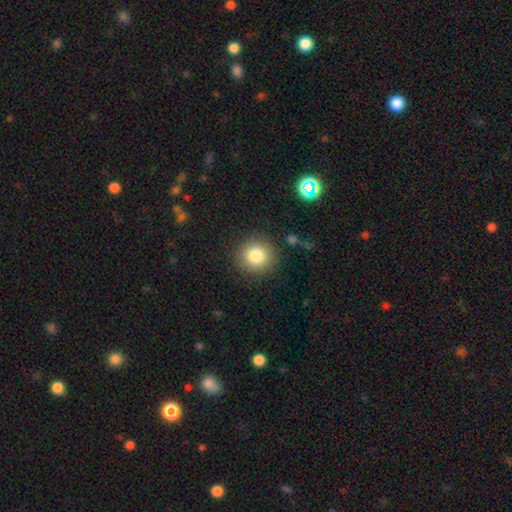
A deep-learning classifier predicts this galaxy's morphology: A smooth galaxy with no disk features (82%) that is round (93%). Merging: none (88%).